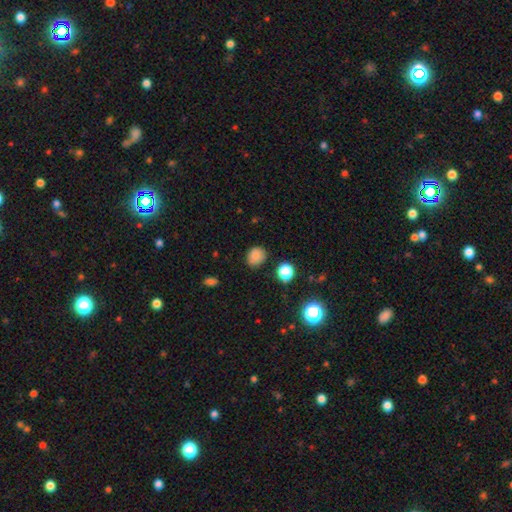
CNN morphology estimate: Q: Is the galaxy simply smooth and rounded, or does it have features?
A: smooth — 82%.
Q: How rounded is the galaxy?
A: round — 74%.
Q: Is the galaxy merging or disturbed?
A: none — 80%.